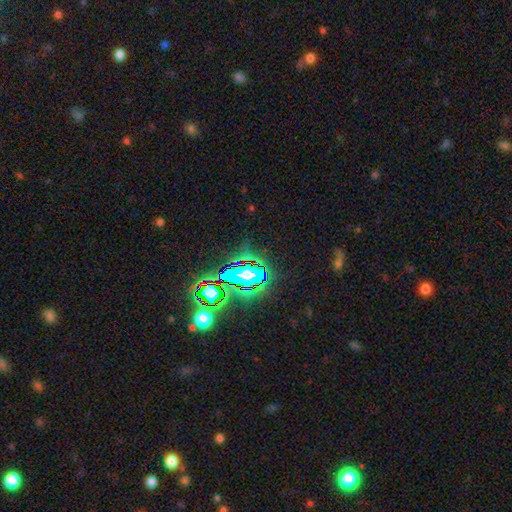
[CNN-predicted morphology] Overall: star or artifact (80%).